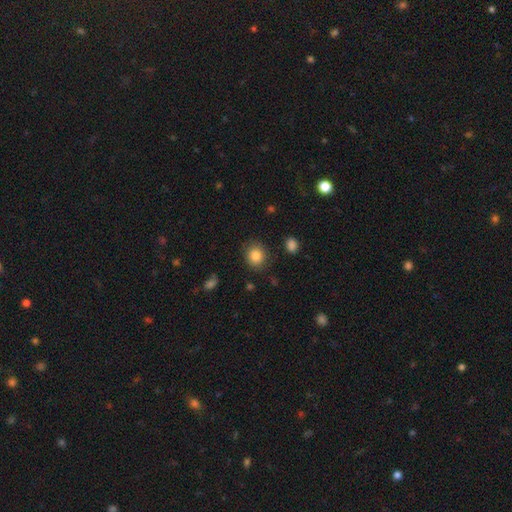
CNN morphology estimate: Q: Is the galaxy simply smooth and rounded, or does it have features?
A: smooth — 85%.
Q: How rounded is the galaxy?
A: round — 73%.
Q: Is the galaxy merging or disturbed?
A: none — 84%.